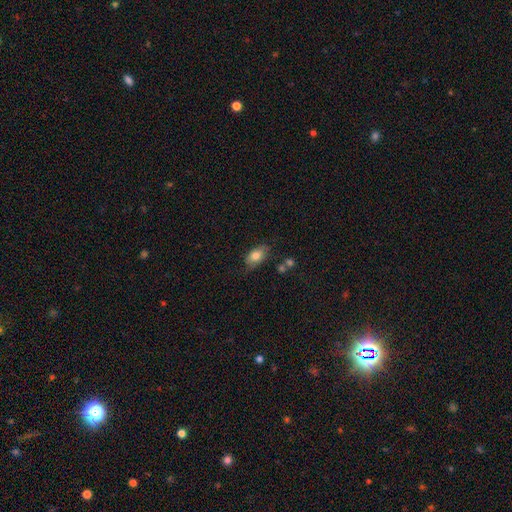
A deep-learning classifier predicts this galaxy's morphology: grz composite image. It shows a smooth galaxy with no disk features (76%) that is in between round and cigar-shaped (89%). Merging: none (65%).